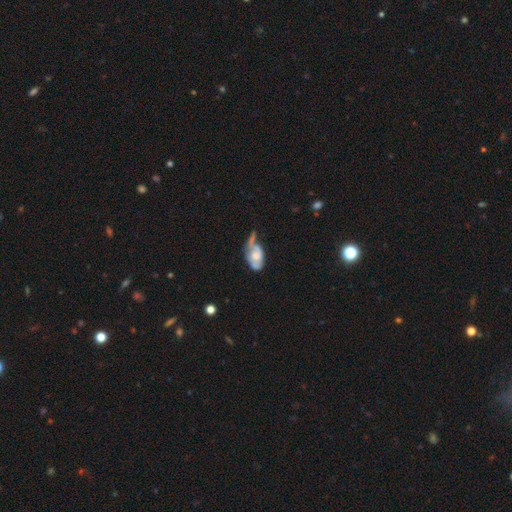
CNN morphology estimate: featured or disk 51%, smooth 41%, star or artifact 7%. Down the decision tree: edge-on disk — no (92%); merging — major disturbance (34%).